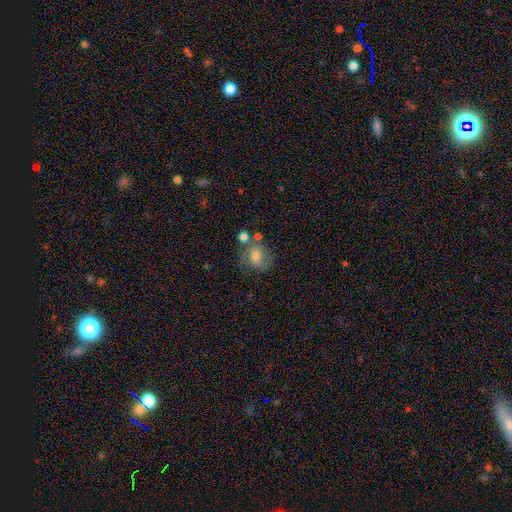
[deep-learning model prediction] A featured or disk galaxy (45%).

Vote fractions:
- Smooth or featured? featured or disk: 45% / smooth: 42% / star or artifact: 12%
- Merging? none: 58% / minor disturbance: 19% / merger: 13% / major disturbance: 10%